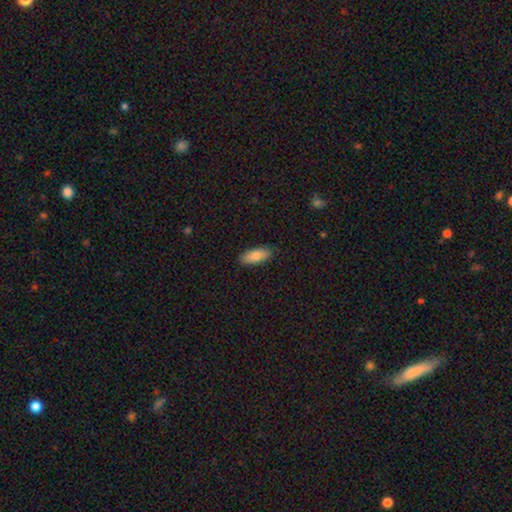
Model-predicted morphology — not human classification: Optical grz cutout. It shows a smooth galaxy with no disk features (86%) that is in between round and cigar-shaped (77%). Merging: none (89%).